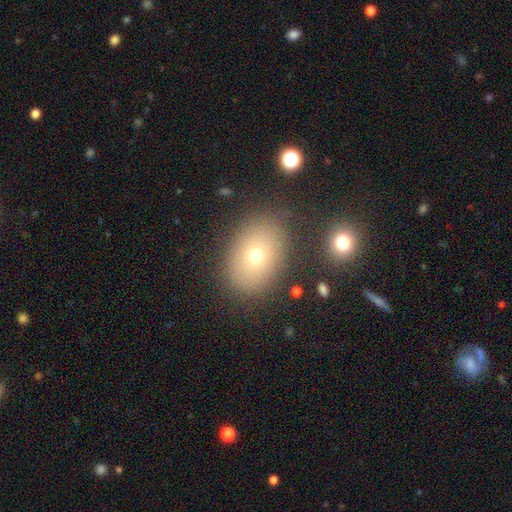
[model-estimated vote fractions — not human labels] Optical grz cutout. It shows a smooth galaxy with no disk features (71%) that is in between round and cigar-shaped (76%). Merging: none (83%).